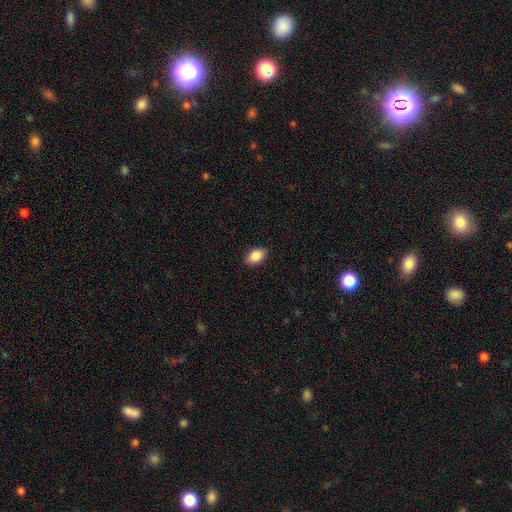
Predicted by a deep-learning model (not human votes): A smooth galaxy with no disk features (89%) that is in between round and cigar-shaped (87%). Merging: none (88%).